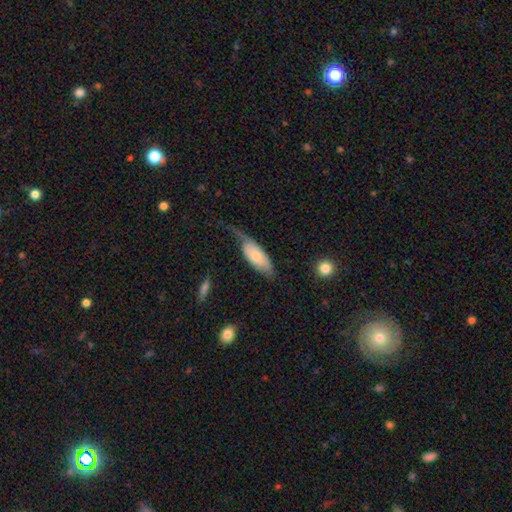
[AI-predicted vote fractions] Smooth or featured? smooth (62%)
How rounded? in between (82%)
Merging? major disturbance (37%)